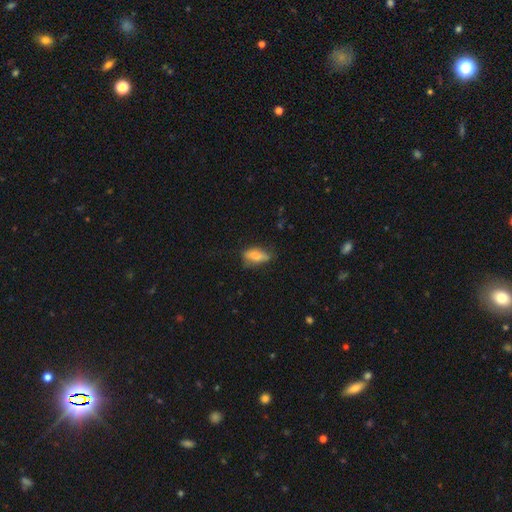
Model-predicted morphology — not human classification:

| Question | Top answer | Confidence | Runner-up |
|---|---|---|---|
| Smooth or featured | smooth | 74% | featured or disk (17%) |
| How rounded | in between | 78% | cigar-shaped (19%) |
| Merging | none | 55% | minor disturbance (31%) |